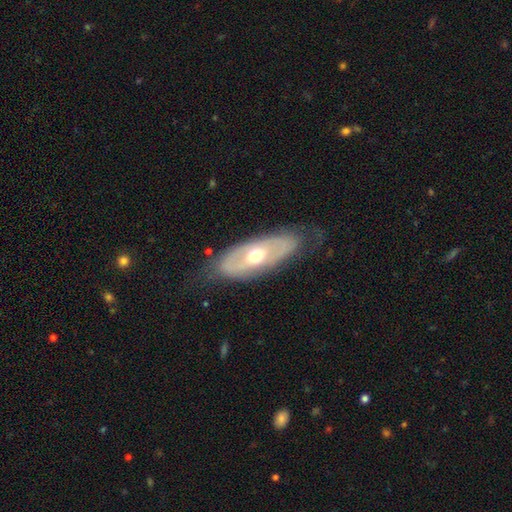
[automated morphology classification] This appears to be a featured or disk galaxy (63%) with no bar (73%), no spiral arms (64%) and a moderate central bulge (74%). Merging: none (71%).